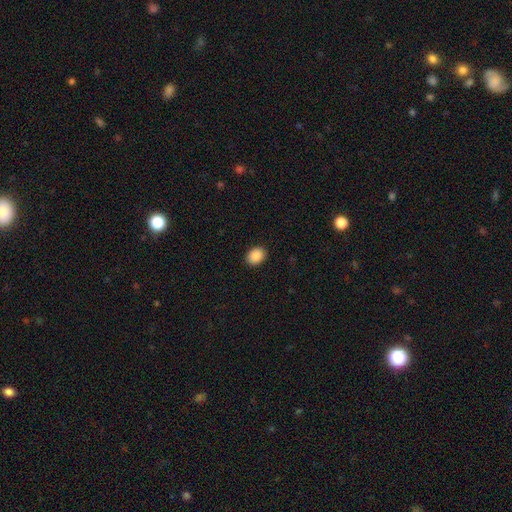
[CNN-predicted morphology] smooth-or-featured: smooth: 89% | star or artifact: 8% | featured or disk: 3%
  how-rounded: in between: 64% | round: 35% | cigar-shaped: 1%
  merging: none: 91% | minor disturbance: 6% | major disturbance: 2% | merger: 1%